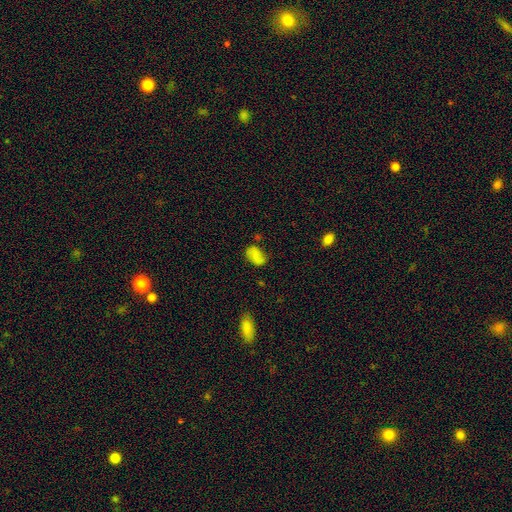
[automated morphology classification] Overall: smooth (73%). How rounded: in between (89%). Merging: none (68%).